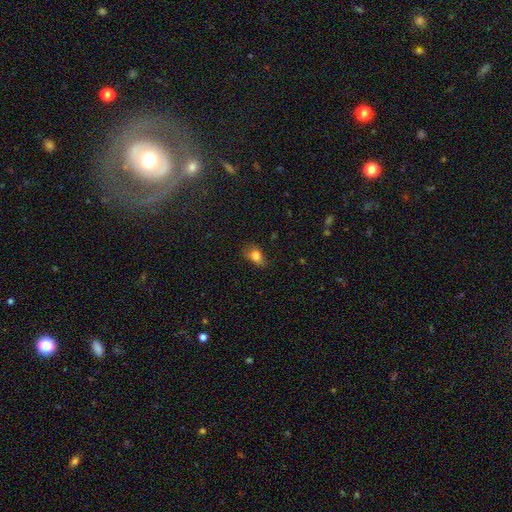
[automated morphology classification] A smooth galaxy with no disk features (81%) that is in between round and cigar-shaped (82%).

Vote fractions:
- Smooth or featured? smooth: 81% / star or artifact: 10% / featured or disk: 9%
- How rounded? in between: 82% / round: 14% / cigar-shaped: 4%
- Merging? none: 59% / minor disturbance: 29% / major disturbance: 9% / merger: 2%